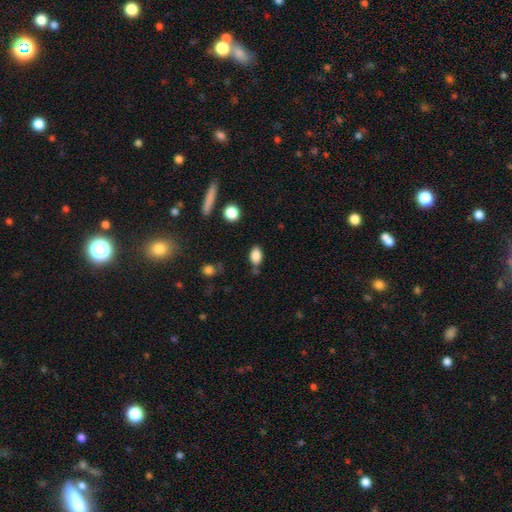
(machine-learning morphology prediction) smooth_or_featured: smooth (p=0.86) [alt: star or artifact p=0.09]
how_rounded: in between (p=0.85) [alt: round p=0.12]
merging: none (p=0.70) [alt: minor disturbance p=0.19]